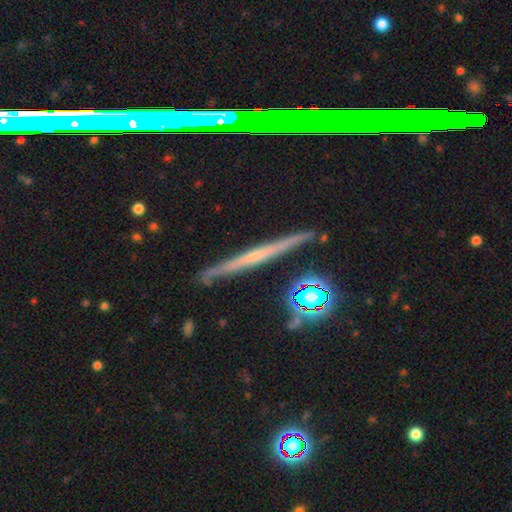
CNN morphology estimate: Smooth or featured? featured or disk (67%)
Edge-on disk? yes (95%)
Edge-on bulge? none (56%)
Merging? none (88%)